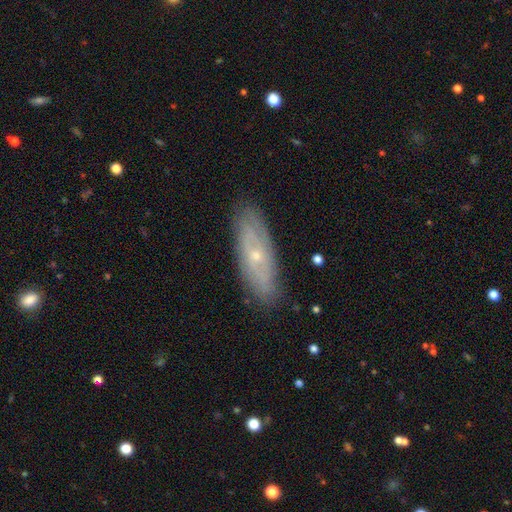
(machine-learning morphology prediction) Smooth or featured?
  - featured or disk: 65% *
  - smooth: 28%
  - star or artifact: 7%
Edge-on disk?
  - no: 75% *
  - yes: 25%
Merging?
  - none: 83% *
  - minor disturbance: 13%
  - major disturbance: 3%
  - merger: 1%